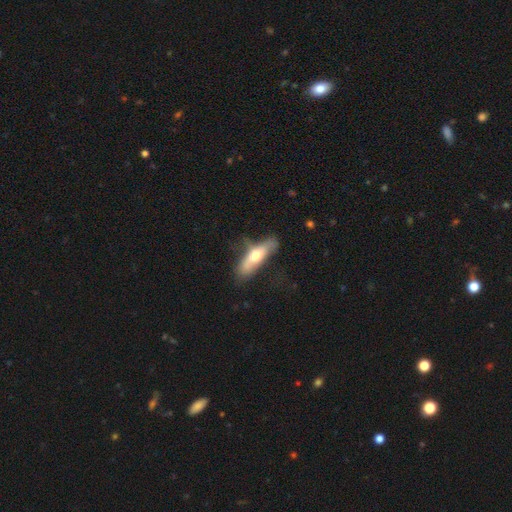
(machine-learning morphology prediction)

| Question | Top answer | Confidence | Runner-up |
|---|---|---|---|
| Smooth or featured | smooth | 54% | featured or disk (39%) |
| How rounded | cigar-shaped | 52% | in between (46%) |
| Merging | none | 50% | minor disturbance (29%) |